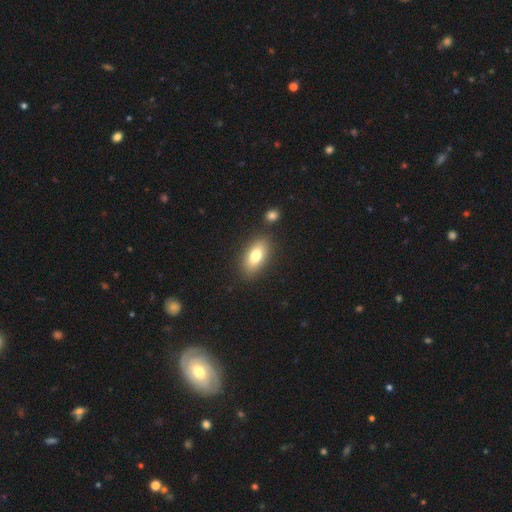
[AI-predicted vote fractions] smooth 77%, featured or disk 16%, star or artifact 8%. Down the decision tree: how rounded — in between (87%); merging — none (82%).